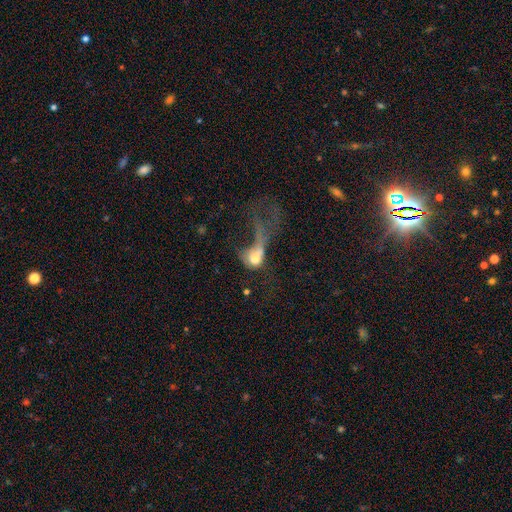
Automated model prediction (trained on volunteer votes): smooth_or_featured: smooth (p=0.57) [alt: featured or disk p=0.32]
how_rounded: in between (p=0.50) [alt: round p=0.45]
merging: major disturbance (p=0.65) [alt: merger p=0.18]